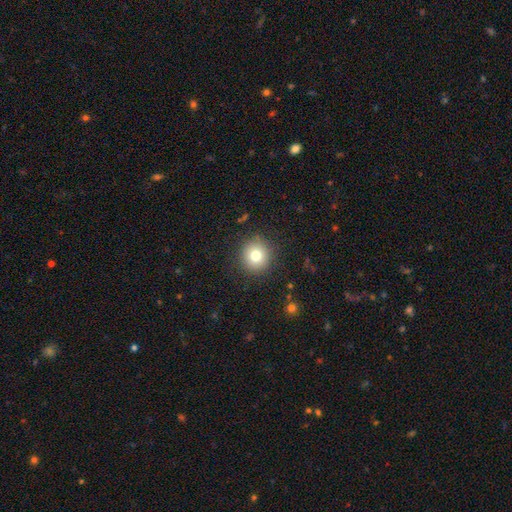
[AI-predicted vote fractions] Smooth or featured: smooth — 77% (star or artifact — 12%)
How rounded: round — 92% (in between — 7%)
Merging: none — 89% (minor disturbance — 7%)